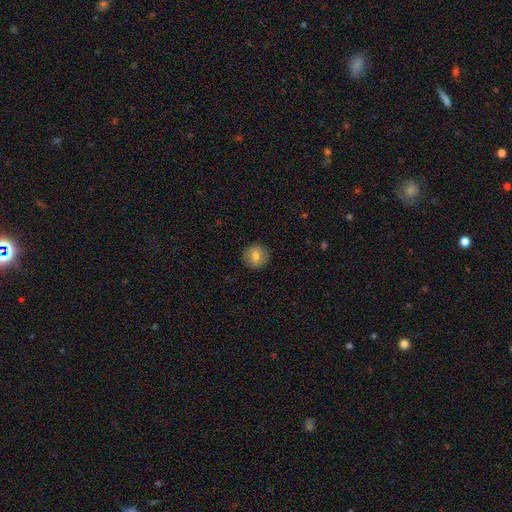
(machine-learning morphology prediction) smooth-or-featured: smooth: 75% | featured or disk: 16% | star or artifact: 9%
  how-rounded: round: 92% | in between: 7% | cigar-shaped: 1%
  merging: none: 90% | minor disturbance: 7% | major disturbance: 2% | merger: 1%